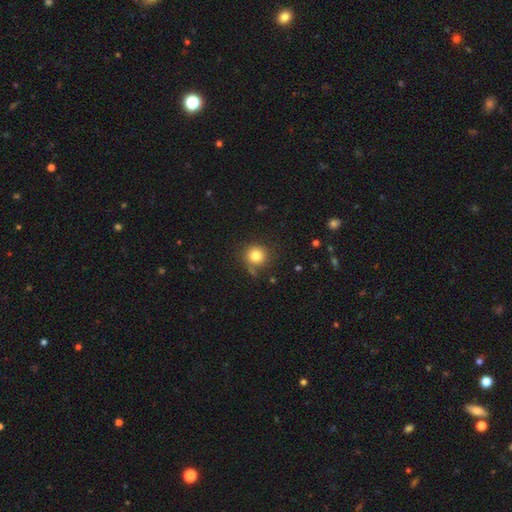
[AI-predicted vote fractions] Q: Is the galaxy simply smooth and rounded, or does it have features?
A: smooth — 81%.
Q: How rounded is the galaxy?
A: round — 92%.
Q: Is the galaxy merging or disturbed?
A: none — 76%.